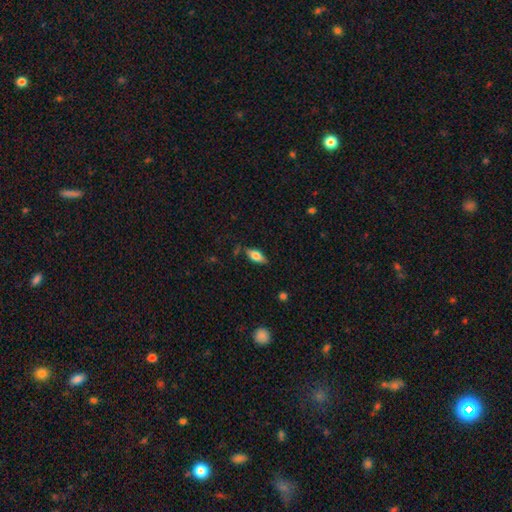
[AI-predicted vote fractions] This is likely a smooth galaxy (67%). How rounded: clearly in between (81%). Merging: likely none (79%).